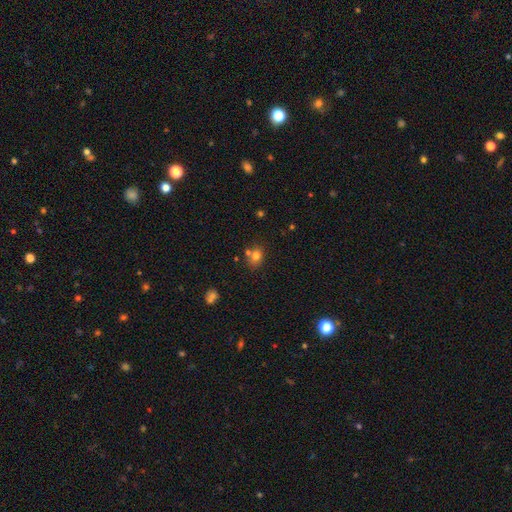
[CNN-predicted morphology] smooth_or_featured: smooth (p=0.76) [alt: star or artifact p=0.14]
how_rounded: round (p=0.54) [alt: in between p=0.45]
merging: none (p=0.57) [alt: merger p=0.24]